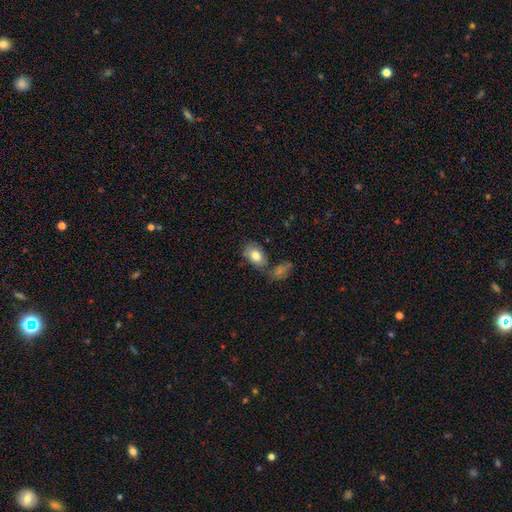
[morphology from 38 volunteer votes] smooth 87%, featured or disk 11%, star or artifact 3%. Down the decision tree: how rounded — in between (85%); merging — none (46%).